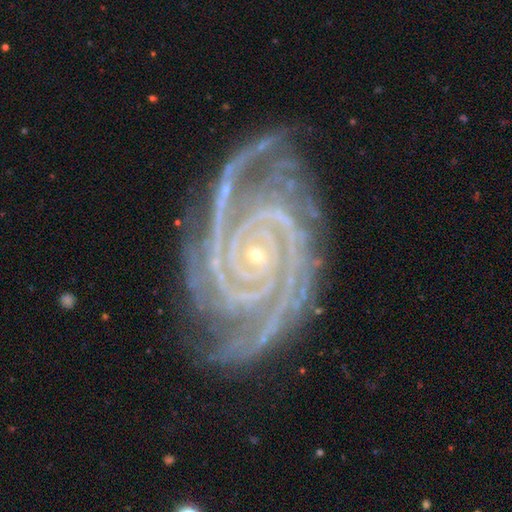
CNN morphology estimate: Smooth or featured? featured or disk (93%)
Edge-on disk? no (98%)
Bar? no (70%)
Spiral arms? yes (99%)
Spiral winding? tight (81%)
Spiral arm count? 2 (31%)
Bulge size? small (87%)
Merging? none (75%)